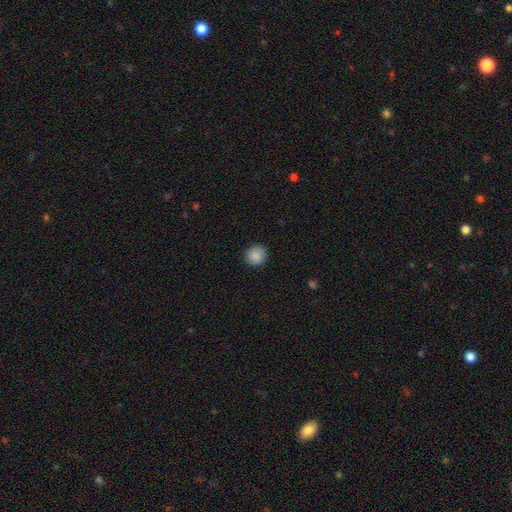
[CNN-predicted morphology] Overall: smooth (88%). How rounded: round (92%). Merging: none (90%).